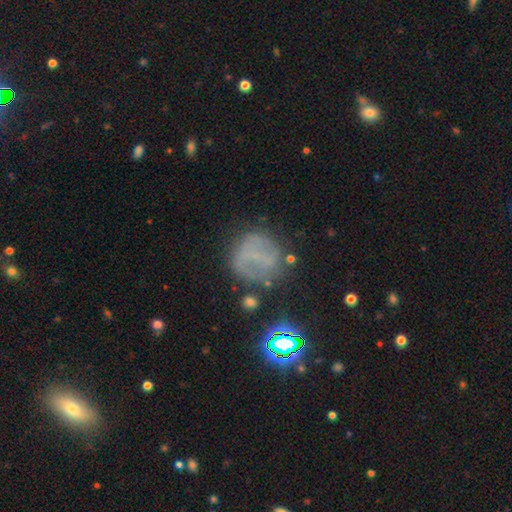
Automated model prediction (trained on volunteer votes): Smooth or featured? Predicted: smooth (p=0.43). Merging? Predicted: none (p=0.64).